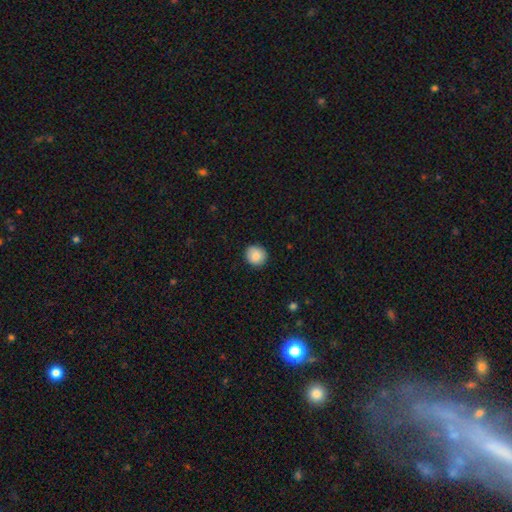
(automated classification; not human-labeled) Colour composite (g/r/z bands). It shows a smooth galaxy with no disk features (87%) that is round (88%). Merging: none (89%).